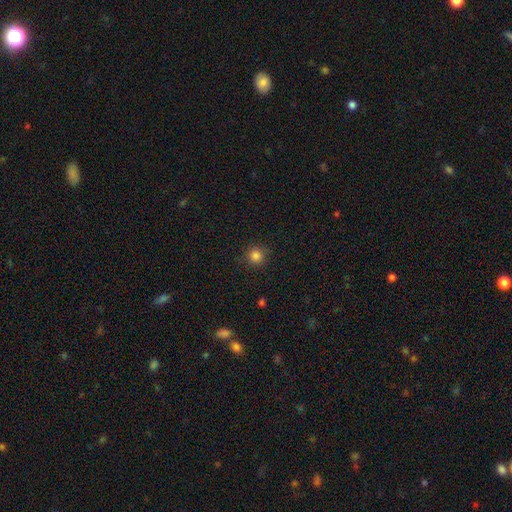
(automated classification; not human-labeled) Smooth or featured: smooth — 84% (star or artifact — 13%)
How rounded: round — 94% (in between — 5%)
Merging: none — 89% (minor disturbance — 7%)